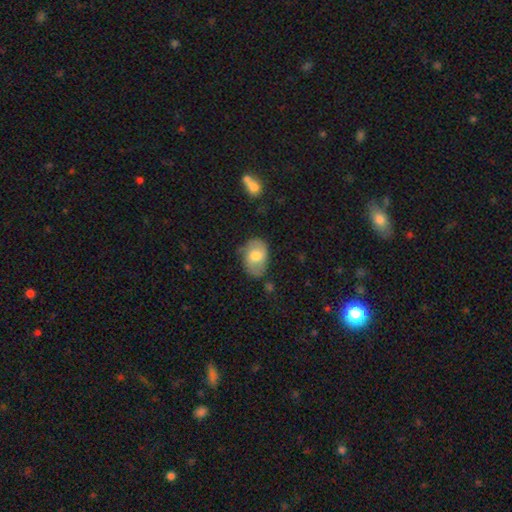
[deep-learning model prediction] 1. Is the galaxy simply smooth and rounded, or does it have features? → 59% smooth, 34% featured or disk, 7% star or artifact.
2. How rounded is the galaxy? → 80% in between, 18% round, 1% cigar-shaped.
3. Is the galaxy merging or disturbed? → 63% none, 27% minor disturbance, 7% major disturbance, 3% merger.